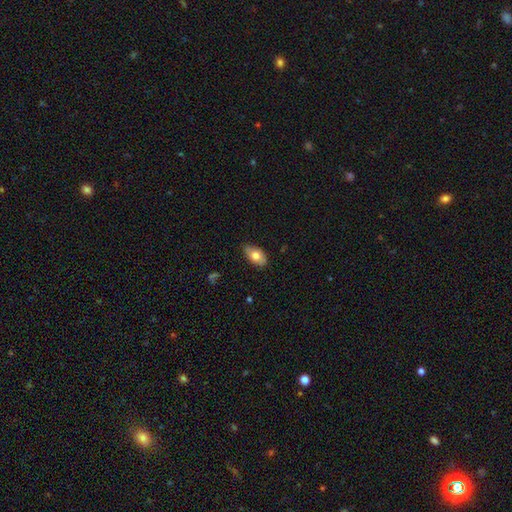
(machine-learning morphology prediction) This is likely a smooth galaxy (74%). How rounded: clearly in between (92%). Merging: likely none (75%).